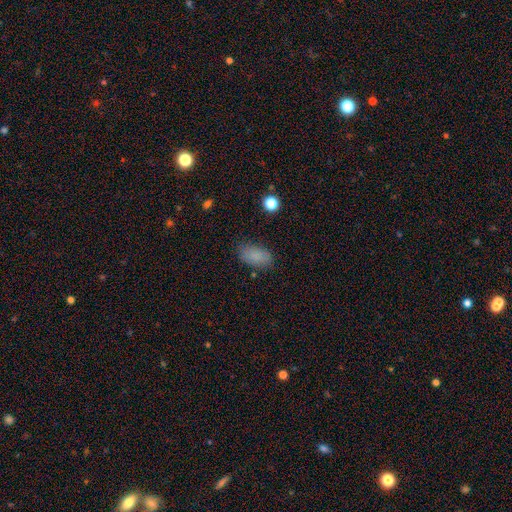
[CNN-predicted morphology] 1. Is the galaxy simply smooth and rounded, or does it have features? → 85% smooth, 9% star or artifact, 6% featured or disk.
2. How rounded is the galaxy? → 93% in between, 4% round, 3% cigar-shaped.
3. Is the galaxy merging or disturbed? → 81% none, 14% minor disturbance, 4% major disturbance, 2% merger.